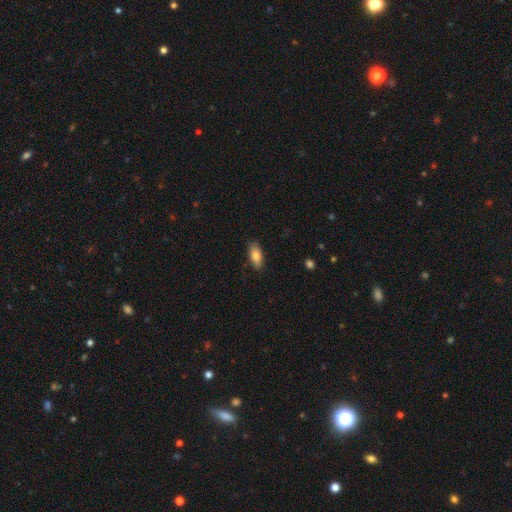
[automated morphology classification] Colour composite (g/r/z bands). It shows a smooth galaxy with no disk features (83%) that is in between round and cigar-shaped (85%). Merging: none (84%).